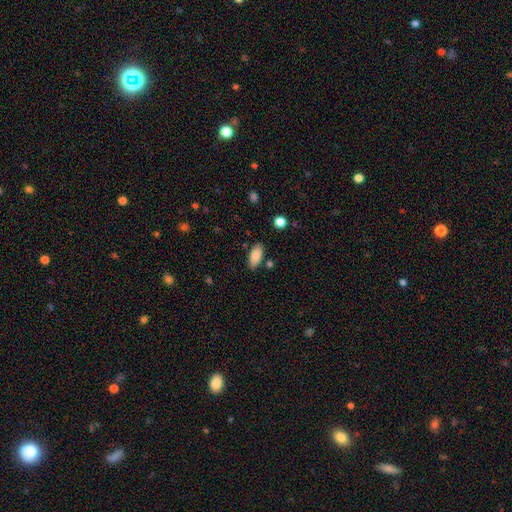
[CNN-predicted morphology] A smooth galaxy with no disk features (87%) that is in between round and cigar-shaped (90%).

Vote fractions:
- Smooth or featured? smooth: 87% / star or artifact: 7% / featured or disk: 6%
- How rounded? in between: 90% / cigar-shaped: 8% / round: 2%
- Merging? none: 82% / minor disturbance: 11% / merger: 4% / major disturbance: 3%